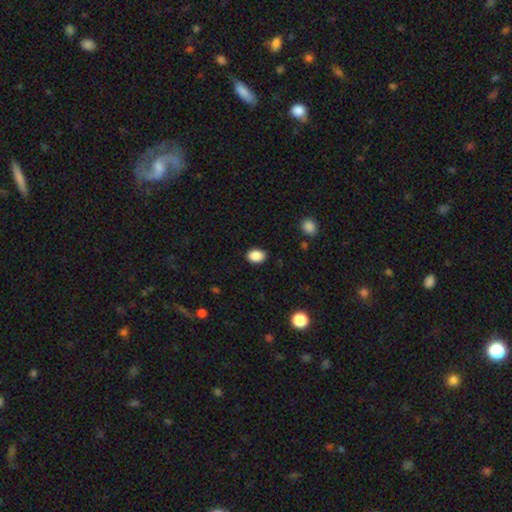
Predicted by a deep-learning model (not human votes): smooth 88%, star or artifact 9%, featured or disk 4%. Down the decision tree: how rounded — in between (74%); merging — none (87%).